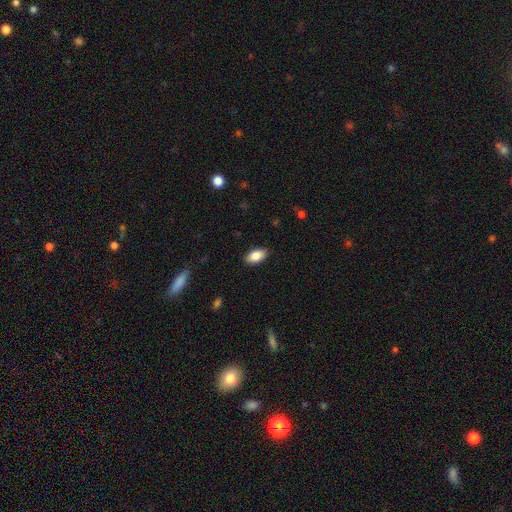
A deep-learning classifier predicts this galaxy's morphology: smooth_or_featured: smooth (p=0.85) [alt: featured or disk p=0.08]
how_rounded: in between (p=0.92) [alt: cigar-shaped p=0.04]
merging: none (p=0.88) [alt: minor disturbance p=0.09]